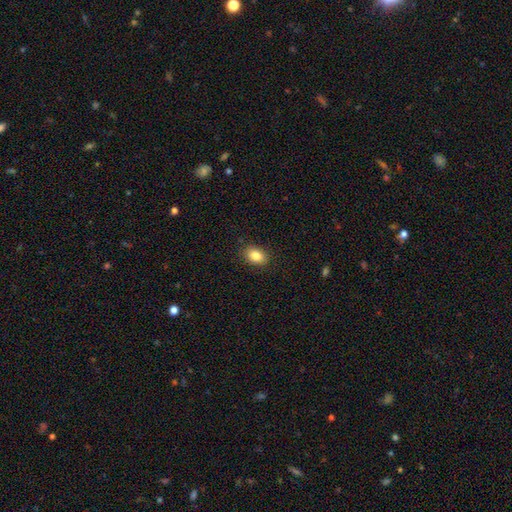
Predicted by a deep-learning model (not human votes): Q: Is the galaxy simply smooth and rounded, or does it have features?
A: smooth — 85%.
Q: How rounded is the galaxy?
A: in between — 79%.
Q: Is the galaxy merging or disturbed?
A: none — 88%.